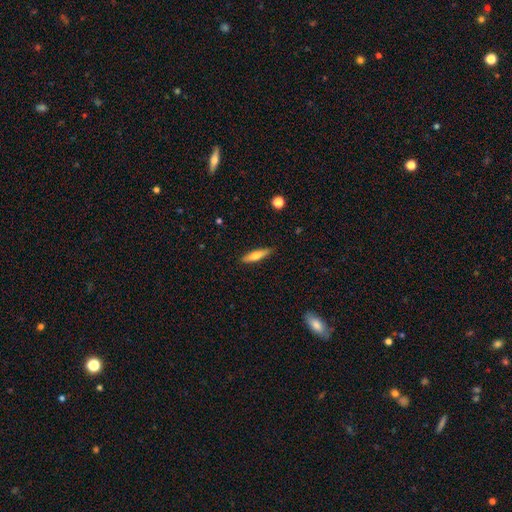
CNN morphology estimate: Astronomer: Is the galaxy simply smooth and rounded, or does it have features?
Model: smooth — 67%.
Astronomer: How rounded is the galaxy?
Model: cigar-shaped — 78%.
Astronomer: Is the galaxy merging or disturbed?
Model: none — 86%.